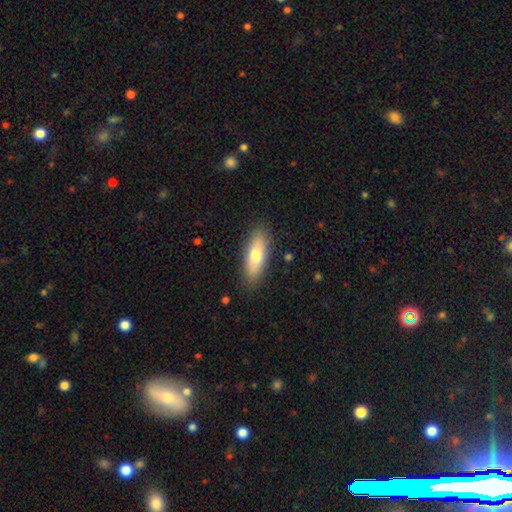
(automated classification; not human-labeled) Smooth or featured: smooth — 72% (featured or disk — 22%)
How rounded: in between — 65% (cigar-shaped — 32%)
Merging: none — 86% (minor disturbance — 10%)